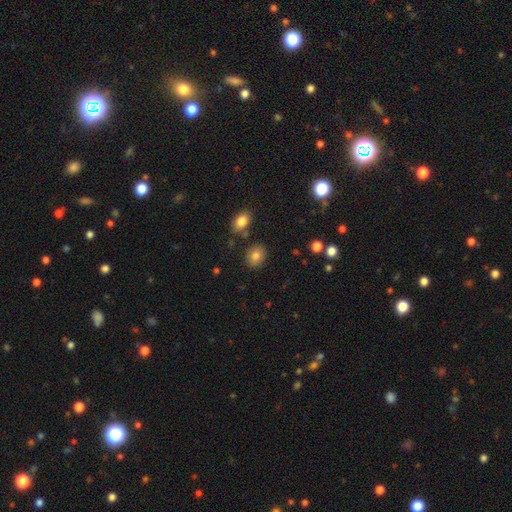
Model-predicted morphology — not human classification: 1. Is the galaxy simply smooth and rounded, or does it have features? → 82% smooth, 9% star or artifact, 8% featured or disk.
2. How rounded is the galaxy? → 58% round, 41% in between, 1% cigar-shaped.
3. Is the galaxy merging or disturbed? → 85% none, 9% minor disturbance, 4% merger, 3% major disturbance.